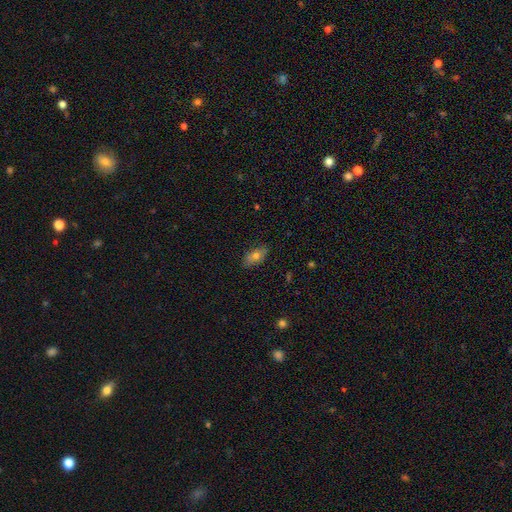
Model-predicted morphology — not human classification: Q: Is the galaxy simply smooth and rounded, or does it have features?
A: smooth — 67%.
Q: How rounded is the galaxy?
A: in between — 85%.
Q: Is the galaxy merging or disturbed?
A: none — 85%.